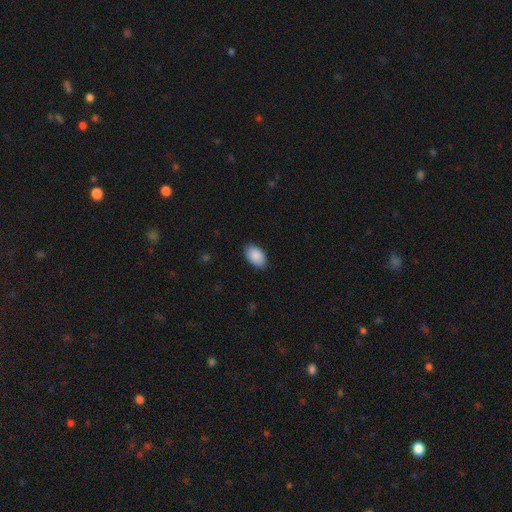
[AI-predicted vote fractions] Smooth or featured: smooth — 90% (star or artifact — 6%)
How rounded: in between — 94% (round — 5%)
Merging: none — 86% (minor disturbance — 11%)